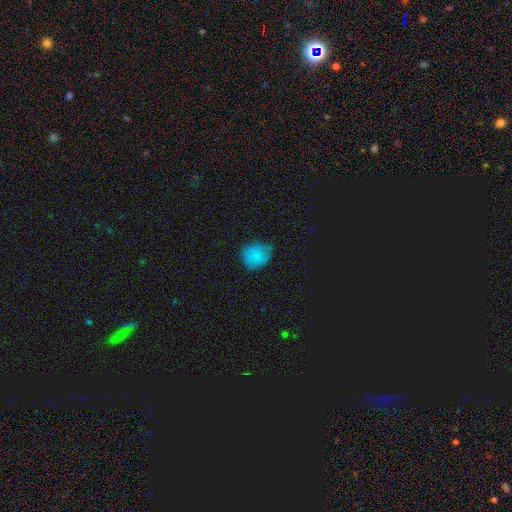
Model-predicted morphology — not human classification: Overall: smooth (78%). How rounded: round (66%; in between 33%). Merging: none (59%; minor disturbance 33%).